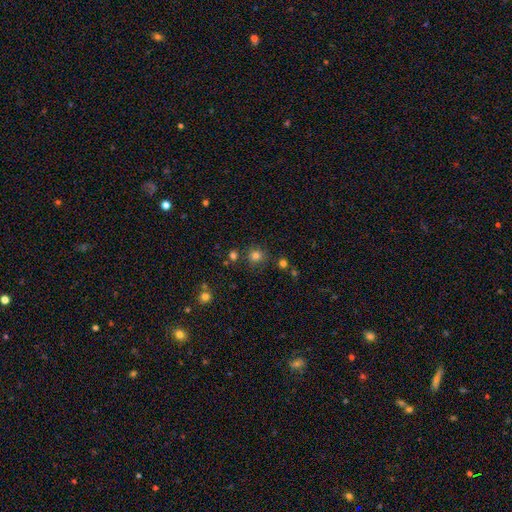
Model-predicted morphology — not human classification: The model was most divided on "smooth or featured": smooth: 77%, star or artifact: 17%, featured or disk: 5%. More confident: how rounded — round (91%); merging — none (81%).